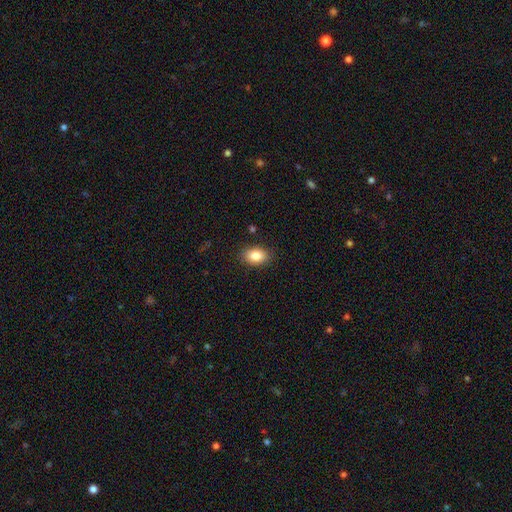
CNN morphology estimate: type=smooth (86%); roundness=in between (81%); merging=none (86%).